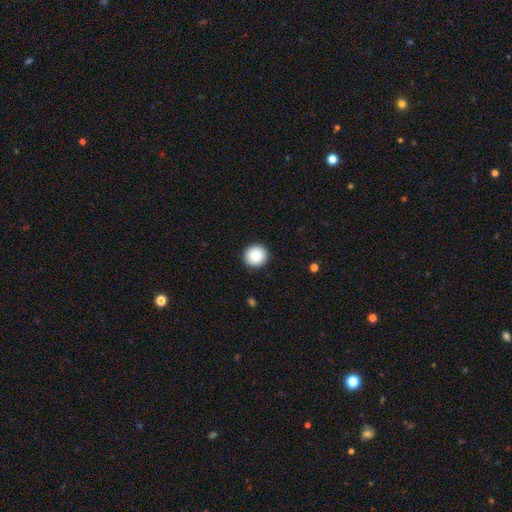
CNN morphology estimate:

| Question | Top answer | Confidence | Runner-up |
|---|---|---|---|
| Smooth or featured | smooth | 87% | star or artifact (8%) |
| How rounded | round | 95% | in between (4%) |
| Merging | none | 93% | minor disturbance (5%) |